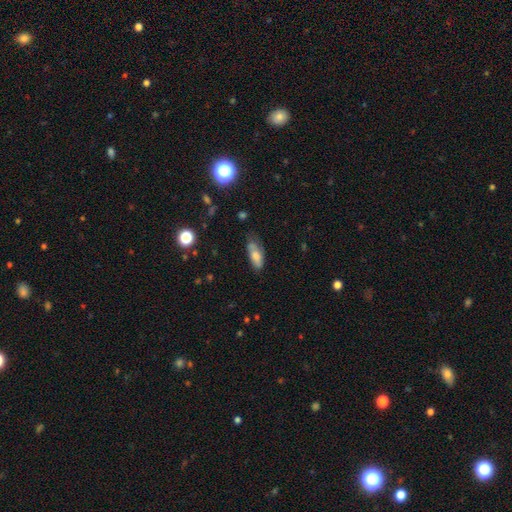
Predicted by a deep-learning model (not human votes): The model was most divided on "merging": none: 50%, minor disturbance: 34%, major disturbance: 12%, merger: 4%. More confident: how rounded — in between (75%); smooth or featured — smooth (72%).